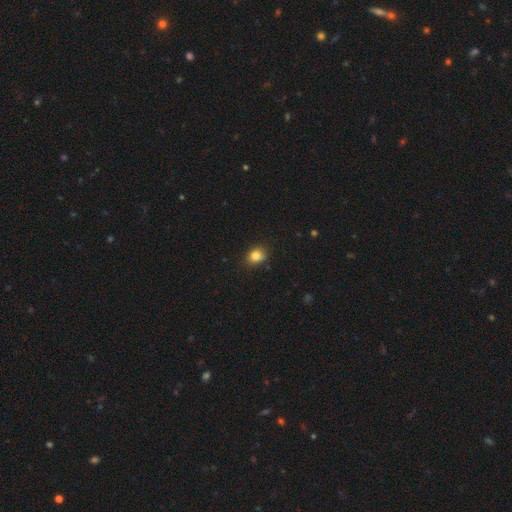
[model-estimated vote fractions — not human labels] smooth_or_featured: smooth (p=0.83) [alt: star or artifact p=0.11]
how_rounded: round (p=0.55) [alt: in between p=0.44]
merging: none (p=0.77) [alt: minor disturbance p=0.18]